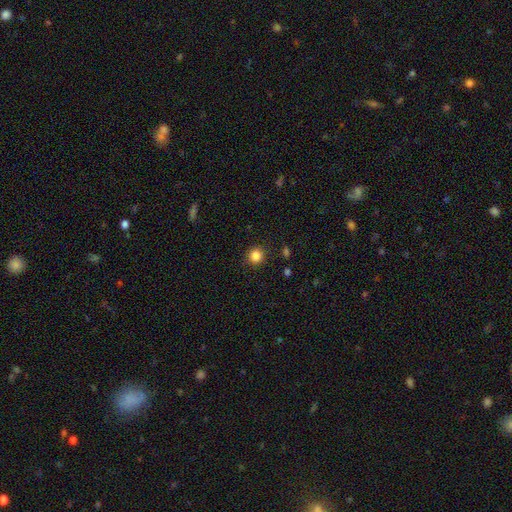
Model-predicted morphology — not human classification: A smooth galaxy with no disk features (85%) that is round (92%).

Vote fractions:
- Smooth or featured? smooth: 85% / star or artifact: 12% / featured or disk: 4%
- How rounded? round: 92% / in between: 7% / cigar-shaped: 1%
- Merging? none: 90% / minor disturbance: 6% / major disturbance: 2% / merger: 1%